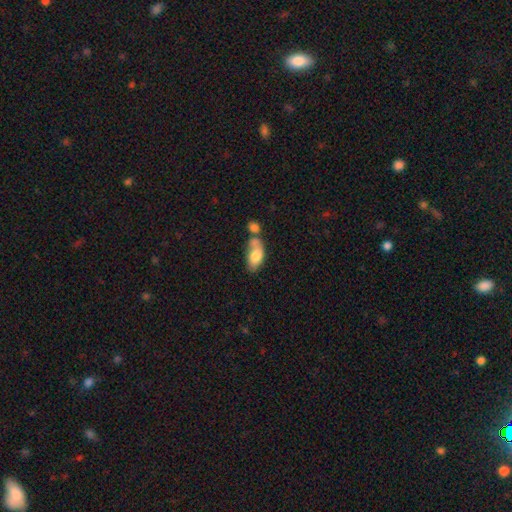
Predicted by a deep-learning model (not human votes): Overall: smooth (75%). How rounded: in between (90%). Merging: merger (44%; none 30%).